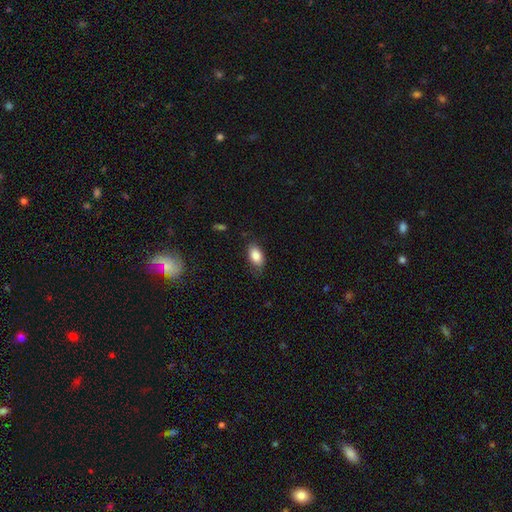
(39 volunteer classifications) Morphology: type=smooth (95%); roundness=in between (92%); merging=none (68%).